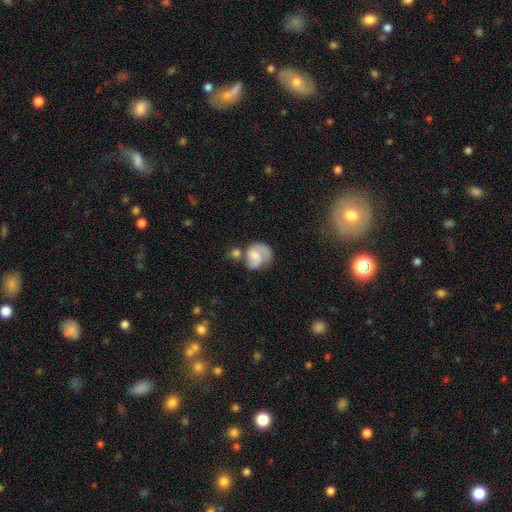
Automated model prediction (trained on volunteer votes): Q: Smooth or featured?
A: featured or disk (53%); runner-up: smooth (40%)
Q: Edge-on disk?
A: no (98%); runner-up: yes (2%)
Q: Bar?
A: no (53%); runner-up: weak (37%)
Q: Spiral arms?
A: yes (84%); runner-up: no (16%)
Q: Bulge size?
A: none (34%); runner-up: moderate (26%)
Q: Merging?
A: none (39%); runner-up: minor disturbance (22%)